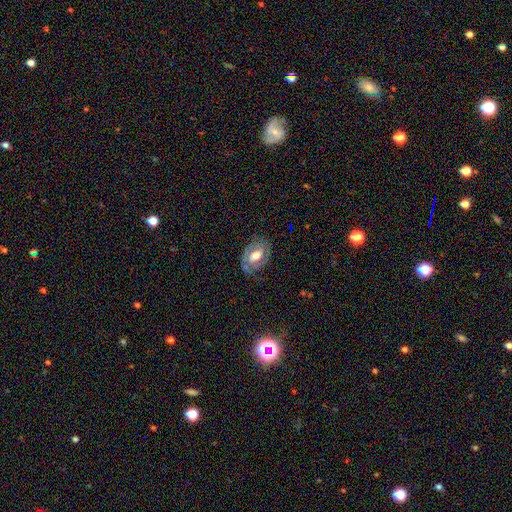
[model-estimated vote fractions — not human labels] This appears to be a featured or disk galaxy (68%) with no bar (41%, tied with weak), spiral arms (76%) and a moderate central bulge (64%). Merging: none (71%).